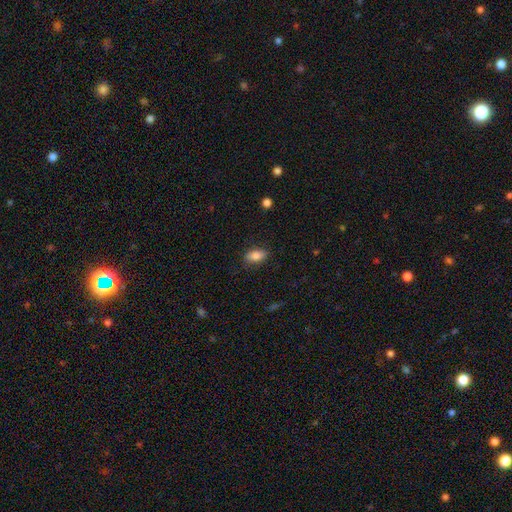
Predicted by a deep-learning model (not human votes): Smooth or featured: smooth — 83% (featured or disk — 9%)
How rounded: in between — 88% (cigar-shaped — 7%)
Merging: none — 82% (minor disturbance — 13%)